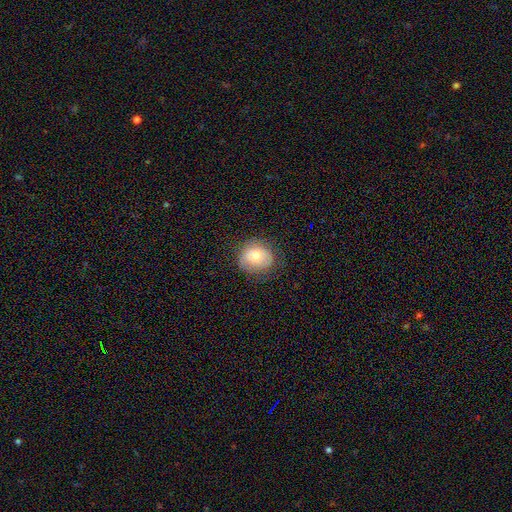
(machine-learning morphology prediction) Smooth or featured? Predicted: smooth (p=0.71). How rounded? Predicted: round (p=0.75). Merging? Predicted: none (p=0.75).